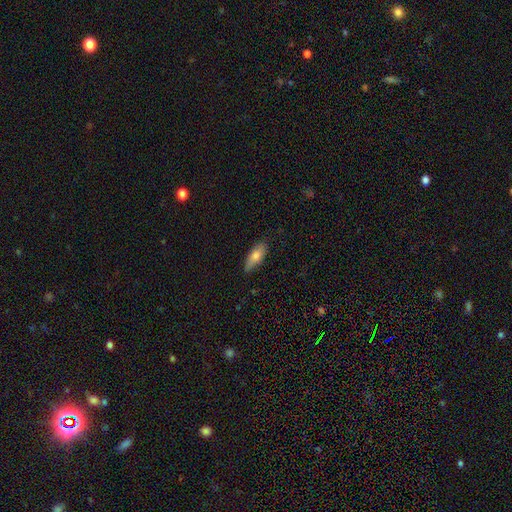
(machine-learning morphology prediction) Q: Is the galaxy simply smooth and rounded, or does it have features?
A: smooth — 75%.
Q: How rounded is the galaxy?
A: in between — 67%.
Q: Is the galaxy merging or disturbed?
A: none — 78%.